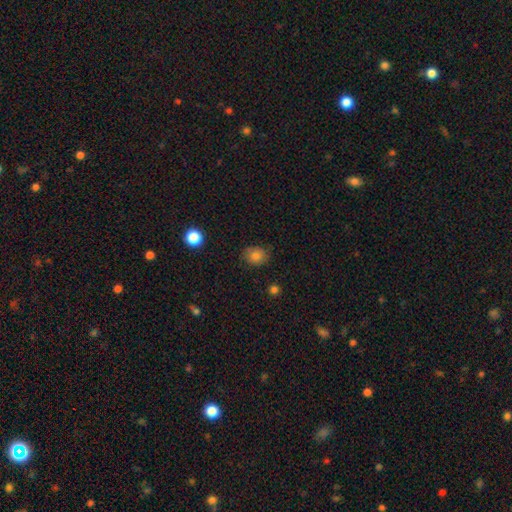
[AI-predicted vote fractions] Morphology: type=smooth (80%); roundness=round (66%); merging=none (79%).